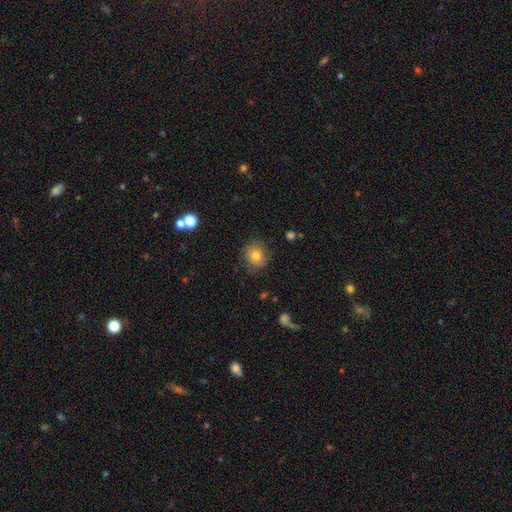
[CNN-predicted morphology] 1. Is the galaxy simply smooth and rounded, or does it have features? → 76% smooth, 14% featured or disk, 11% star or artifact.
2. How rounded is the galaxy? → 78% round, 21% in between, 1% cigar-shaped.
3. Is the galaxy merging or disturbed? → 78% none, 16% minor disturbance, 5% major disturbance, 1% merger.